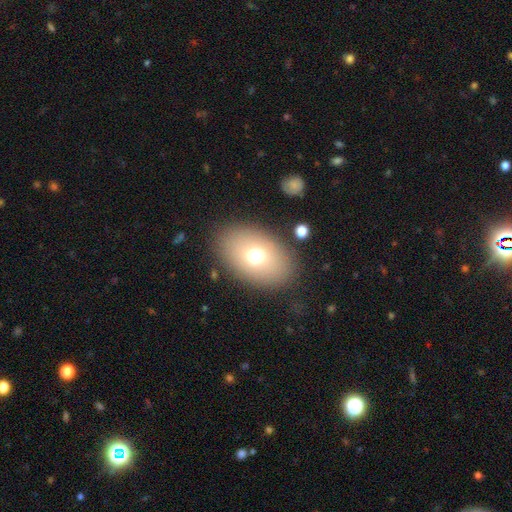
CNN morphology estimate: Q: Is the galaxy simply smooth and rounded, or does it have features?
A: smooth — 69%.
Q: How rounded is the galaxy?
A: in between — 79%.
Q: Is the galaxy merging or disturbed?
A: none — 85%.